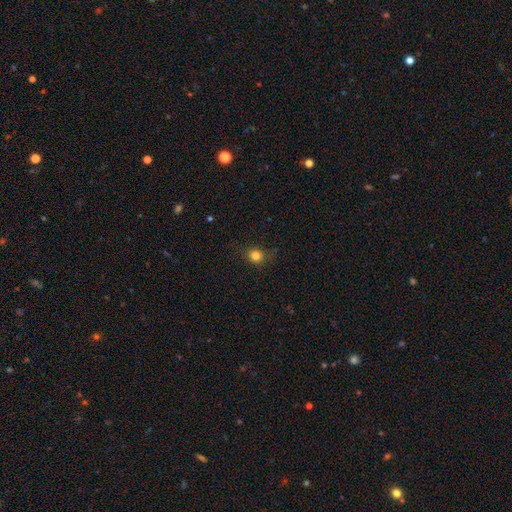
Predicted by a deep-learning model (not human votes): This is clearly a smooth galaxy (82%). How rounded: likely round (74%). Merging: clearly none (83%).